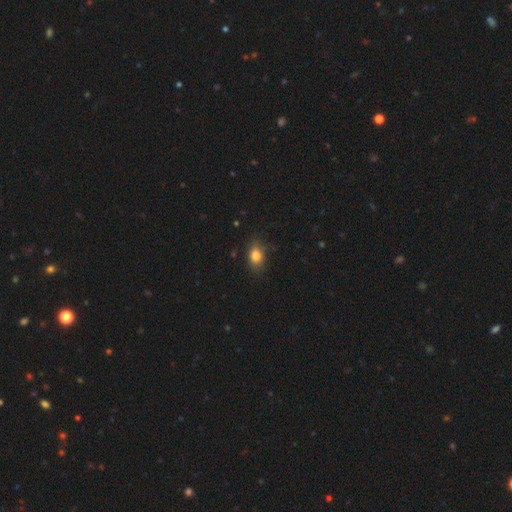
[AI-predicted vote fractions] smooth 82%, star or artifact 10%, featured or disk 8%. Down the decision tree: how rounded — in between (76%); merging — none (79%).